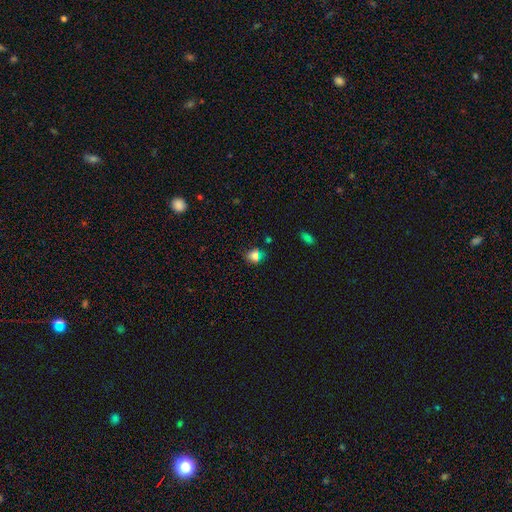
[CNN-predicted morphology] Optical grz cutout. It shows a smooth galaxy with no disk features (75%) that is round (57%). Merging: none (73%).